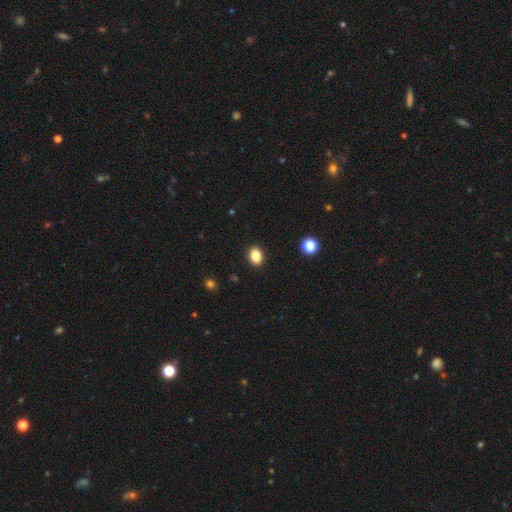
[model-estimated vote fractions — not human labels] Smooth or featured: smooth — 85% (star or artifact — 10%)
How rounded: in between — 59% (round — 40%)
Merging: none — 90% (minor disturbance — 7%)